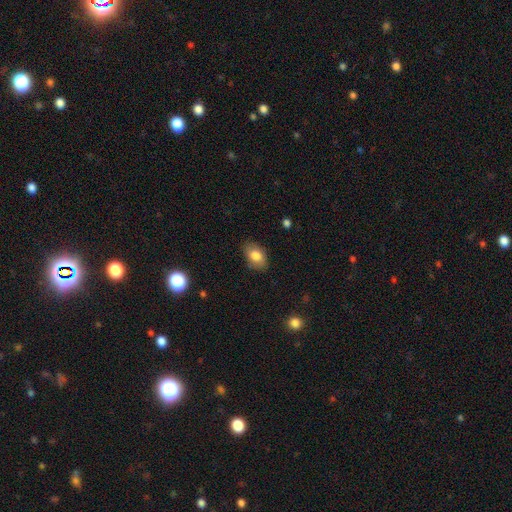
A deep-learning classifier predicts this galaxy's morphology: A smooth galaxy with no disk features (81%) that is in between round and cigar-shaped (85%).

Vote fractions:
- Smooth or featured? smooth: 81% / featured or disk: 11% / star or artifact: 8%
- How rounded? in between: 85% / round: 13% / cigar-shaped: 1%
- Merging? none: 82% / minor disturbance: 14% / major disturbance: 3% / merger: 1%